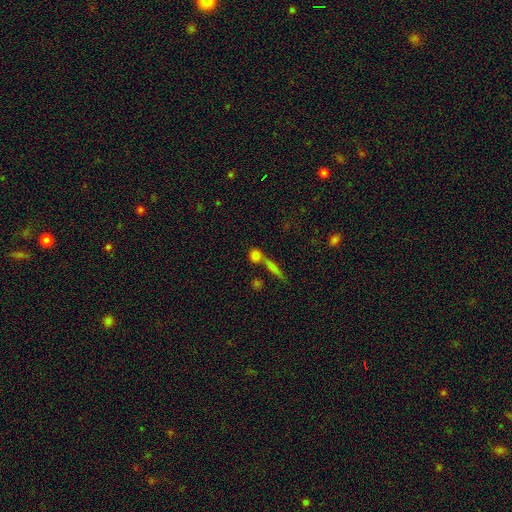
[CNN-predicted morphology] smooth 74%, featured or disk 13%, star or artifact 12%. Down the decision tree: how rounded — round (64%); merging — none (54%).